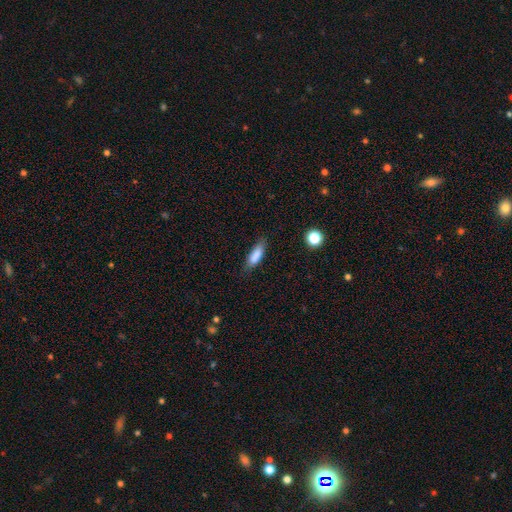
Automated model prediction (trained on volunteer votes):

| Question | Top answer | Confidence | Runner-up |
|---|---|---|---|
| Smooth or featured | smooth | 84% | featured or disk (8%) |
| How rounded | cigar-shaped | 50% | in between (48%) |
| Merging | none | 78% | minor disturbance (17%) |